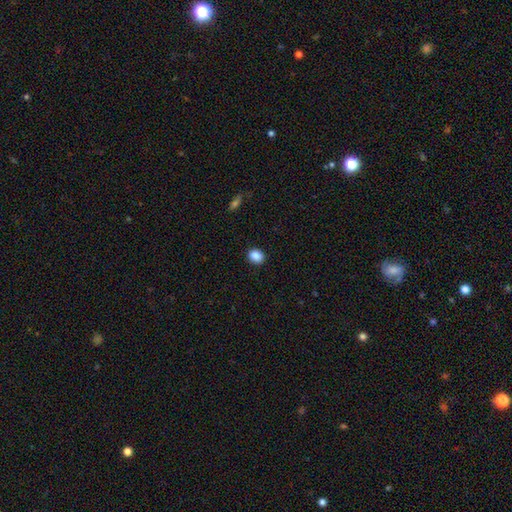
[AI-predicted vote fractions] The model was most divided on "how rounded": round: 50%, in between: 49%, cigar-shaped: 1%. More confident: merging — none (90%); smooth or featured — smooth (88%).